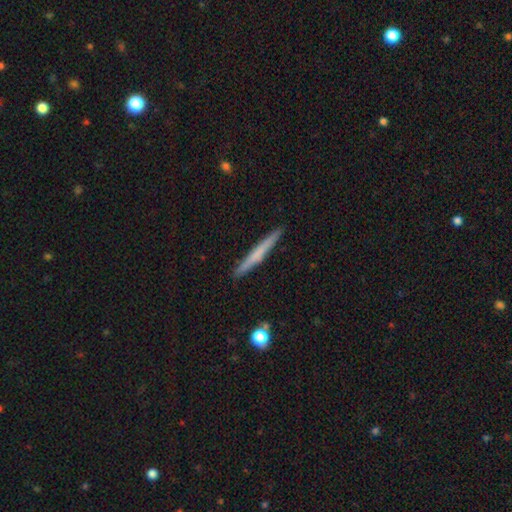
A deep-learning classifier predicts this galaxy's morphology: Smooth or featured: smooth — 53% (featured or disk — 41%)
How rounded: cigar-shaped — 97% (in between — 2%)
Merging: none — 91% (minor disturbance — 6%)